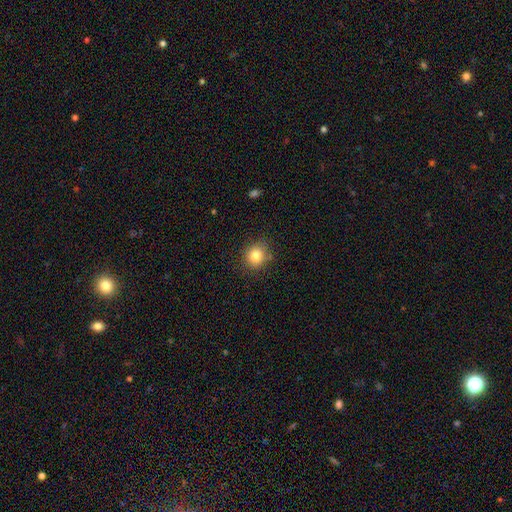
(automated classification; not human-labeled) Smooth or featured: smooth — 81% (star or artifact — 12%)
How rounded: round — 85% (in between — 14%)
Merging: none — 82% (minor disturbance — 13%)